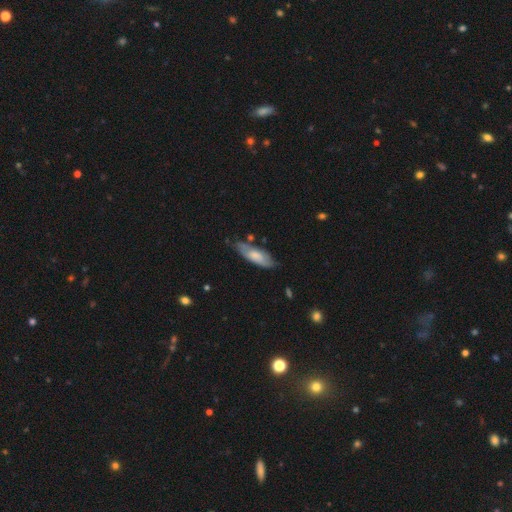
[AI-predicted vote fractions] smooth_or_featured: smooth (p=0.64) [alt: featured or disk p=0.30]
how_rounded: in between (p=0.62) [alt: cigar-shaped p=0.37]
merging: none (p=0.64) [alt: minor disturbance p=0.26]